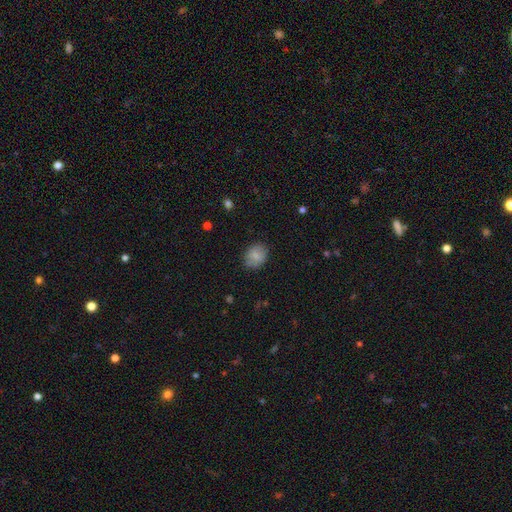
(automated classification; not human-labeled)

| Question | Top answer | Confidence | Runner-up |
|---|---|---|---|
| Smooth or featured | smooth | 83% | featured or disk (9%) |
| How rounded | round | 51% | in between (48%) |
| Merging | none | 81% | minor disturbance (15%) |